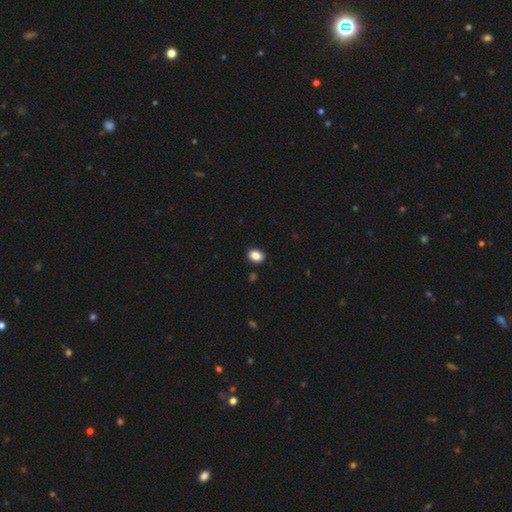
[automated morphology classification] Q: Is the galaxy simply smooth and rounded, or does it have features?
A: smooth — 87%.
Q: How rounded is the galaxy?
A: in between — 71%.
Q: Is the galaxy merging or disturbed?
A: none — 89%.